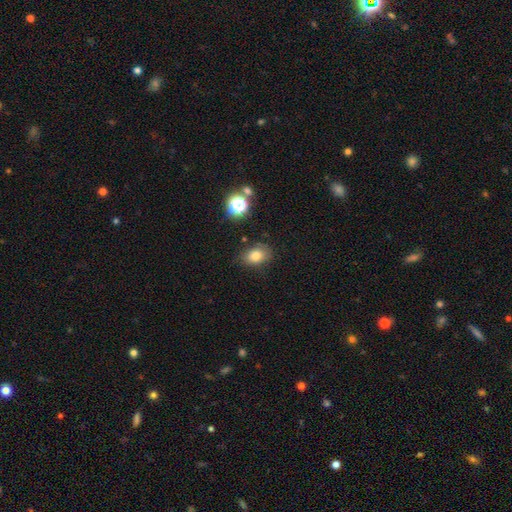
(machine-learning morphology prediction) smooth-or-featured: smooth: 77% | star or artifact: 13% | featured or disk: 10%
  how-rounded: in between: 75% | round: 23% | cigar-shaped: 1%
  merging: none: 77% | minor disturbance: 16% | major disturbance: 4% | merger: 3%